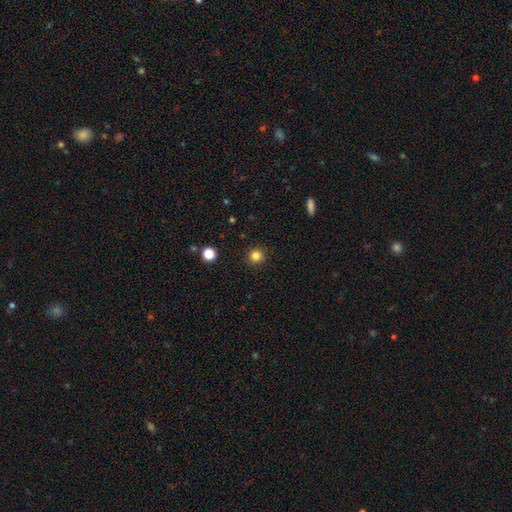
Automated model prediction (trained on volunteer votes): smooth 83%, star or artifact 13%, featured or disk 4%. Down the decision tree: how rounded — round (93%); merging — none (91%).